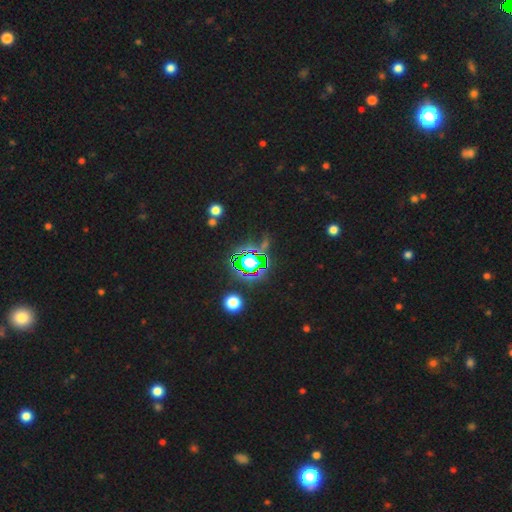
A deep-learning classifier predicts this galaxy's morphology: Overall: star or artifact (81%).